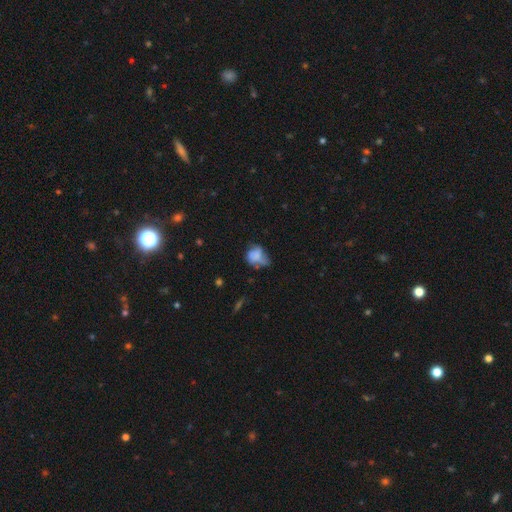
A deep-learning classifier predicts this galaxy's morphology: Smooth or featured? smooth (62%)
How rounded? in between (55%)
Merging? minor disturbance (33%)